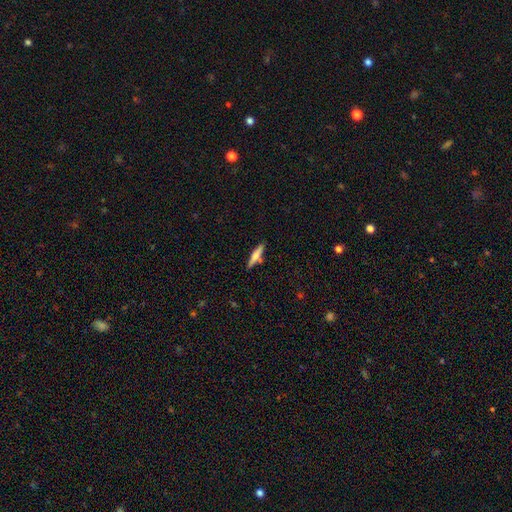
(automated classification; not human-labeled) Smooth or featured? smooth (54%)
How rounded? cigar-shaped (84%)
Merging? none (81%)